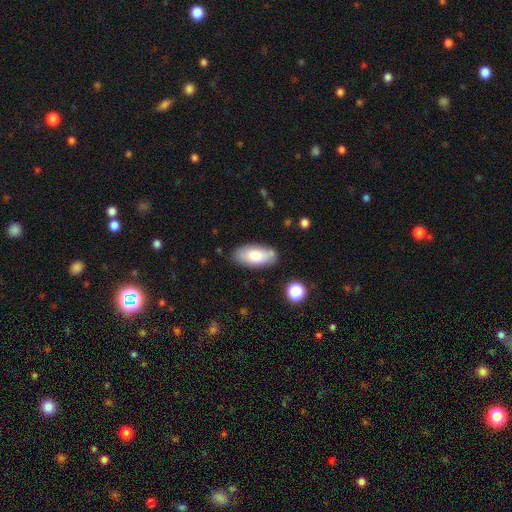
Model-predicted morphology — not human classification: Smooth or featured? Predicted: smooth (p=0.80). How rounded? Predicted: in between (p=0.90). Merging? Predicted: none (p=0.77).